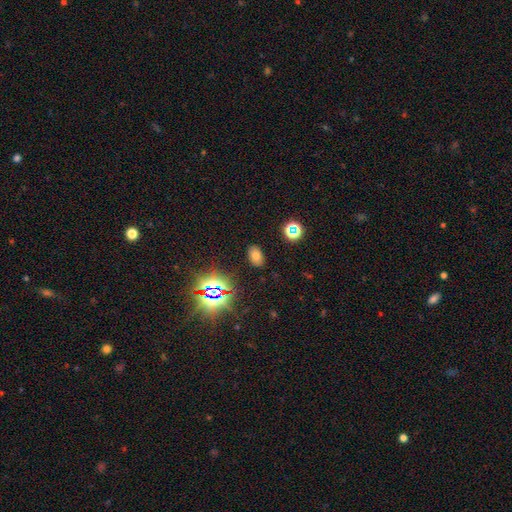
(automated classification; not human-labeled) A smooth galaxy with no disk features (63%) that is in between round and cigar-shaped (86%). Merging: none (86%).